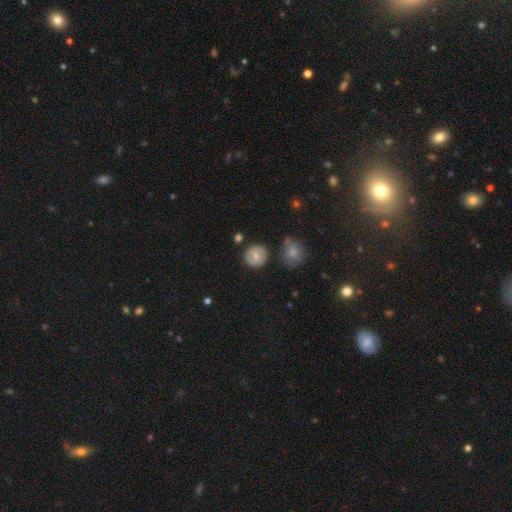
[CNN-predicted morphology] A smooth galaxy with no disk features (59%) that is round (88%). Merging: none (80%).